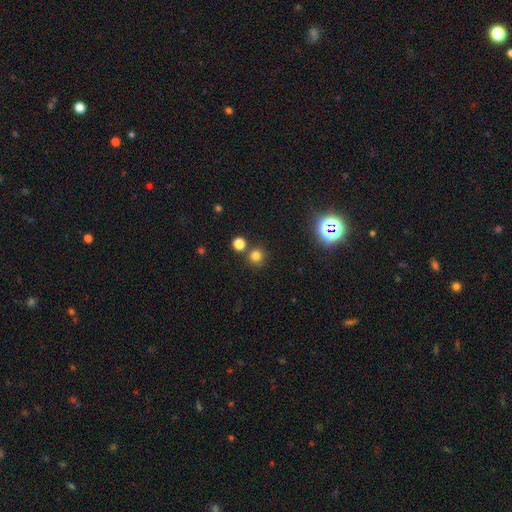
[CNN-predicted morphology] A smooth galaxy with no disk features (78%) that is round (92%). Merging: none (76%).